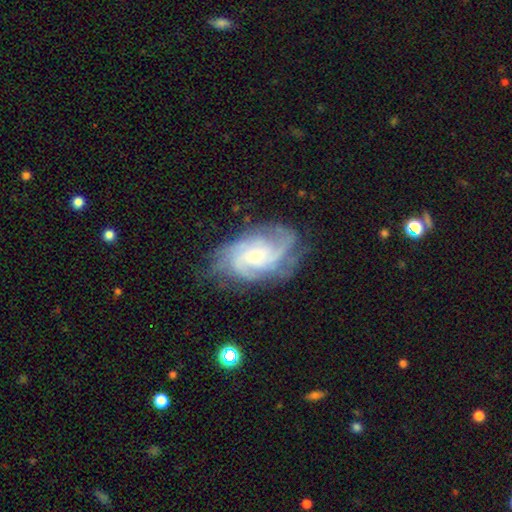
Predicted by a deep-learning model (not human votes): Smooth or featured? Predicted: featured or disk (p=0.85). Edge-on disk? Predicted: no (p=0.97). Bar? Predicted: no (p=0.62). Spiral arms? Predicted: yes (p=0.96). Spiral winding? Predicted: tight (p=0.50). Spiral arm count? Predicted: 3 (p=0.26, tied with can't tell). Bulge size? Predicted: small (p=0.63). Merging? Predicted: none (p=0.69).